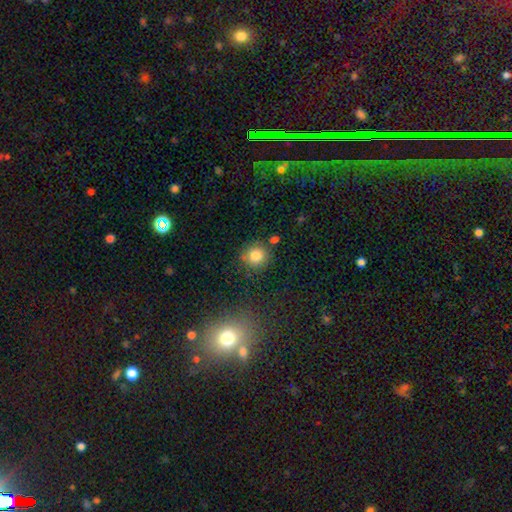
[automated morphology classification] Smooth or featured? Predicted: smooth (p=0.81). How rounded? Predicted: round (p=0.91). Merging? Predicted: none (p=0.79).